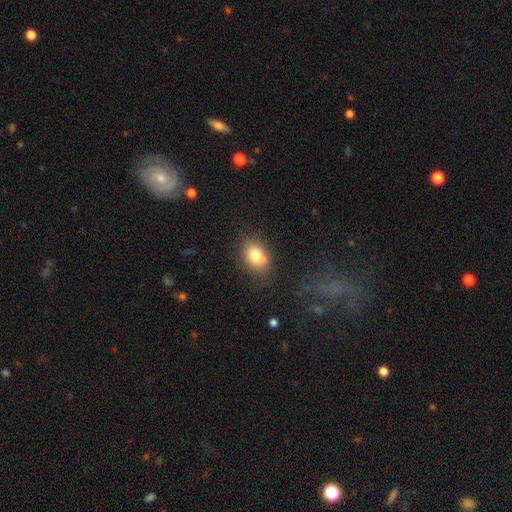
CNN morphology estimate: Smooth or featured? smooth (79%)
How rounded? in between (72%)
Merging? none (69%)